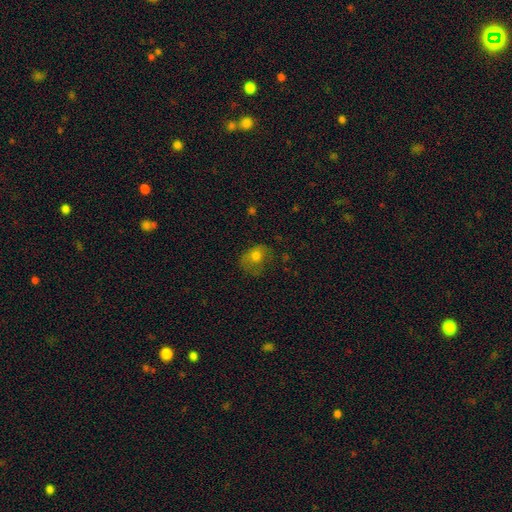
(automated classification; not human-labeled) This is likely a smooth galaxy (70%). How rounded: possibly in between (56%). Merging: marginally none (38%).